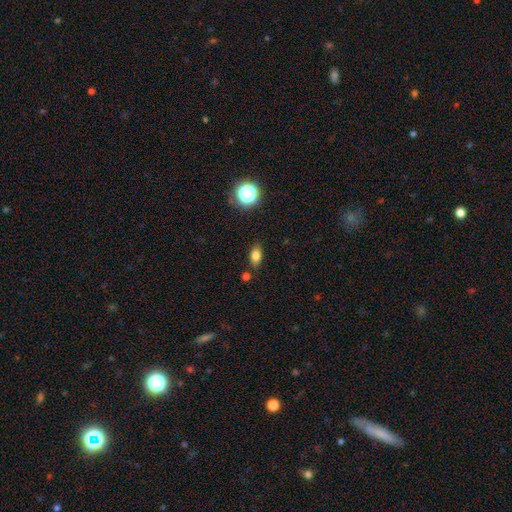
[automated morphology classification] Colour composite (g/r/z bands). It shows a smooth galaxy with no disk features (78%) that is in between round and cigar-shaped (82%). Merging: none (81%).